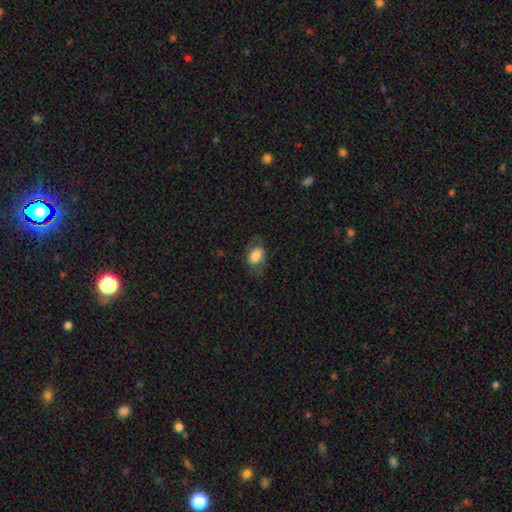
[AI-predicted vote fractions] Q: Smooth or featured?
A: smooth (75%); runner-up: featured or disk (18%)
Q: How rounded?
A: in between (81%); runner-up: round (17%)
Q: Merging?
A: none (68%); runner-up: minor disturbance (20%)